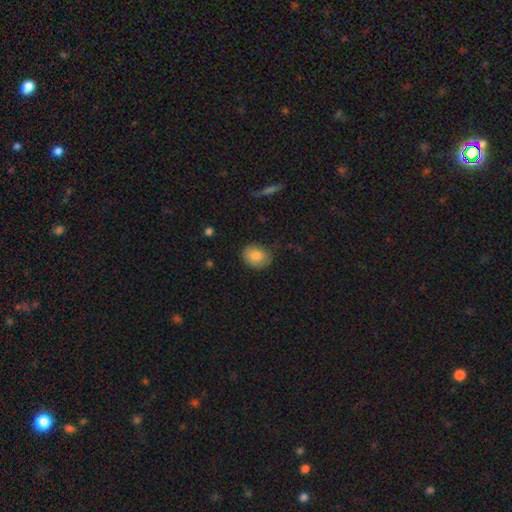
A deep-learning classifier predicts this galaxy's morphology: smooth-or-featured: smooth: 82% | featured or disk: 10% | star or artifact: 8%
  how-rounded: round: 50% | in between: 49% | cigar-shaped: 1%
  merging: none: 75% | minor disturbance: 20% | major disturbance: 4% | merger: 1%